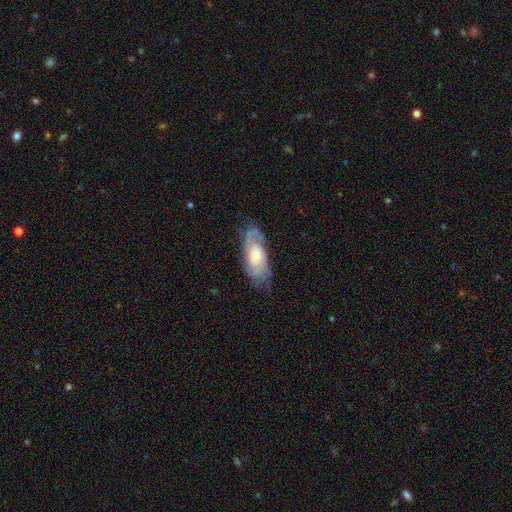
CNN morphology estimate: This is likely a featured or disk galaxy (75%). It is clearly not viewed edge-on (91%). Bar: likely no (69%). Spiral arm pattern: clearly yes (90%). Spiral arm count: possibly 2 (49%). Spiral winding: possibly tight (50%). Central bulge: possibly moderate (54%). Merging: likely none (68%).